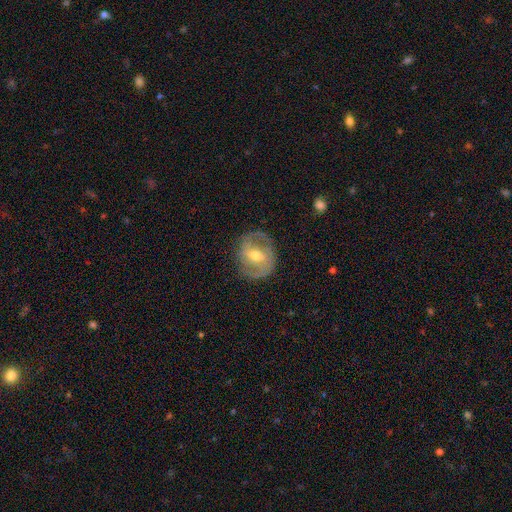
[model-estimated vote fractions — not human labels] A featured or disk galaxy (77%) with a weak bar (48%), 2 (85%) medium (48%) spiral arms (83%) and a moderate central bulge (70%).

Vote fractions:
- Smooth or featured? featured or disk: 77% / smooth: 17% / star or artifact: 6%
- Edge-on disk? no: 97% / yes: 3%
- Bar? weak: 48% / strong: 31% / no: 21%
- Spiral arms? yes: 83% / no: 17%
- Spiral winding? medium: 48% / tight: 32% / loose: 20%
- Spiral arm count? 2: 85% / can't tell: 8% / 1: 3% / 3: 2% / 4: 1% / more than 4: 1%
- Bulge size? moderate: 70% / small: 24% / large: 4% / none: 1% / dominant: 1%
- Merging? none: 78% / minor disturbance: 15% / major disturbance: 6% / merger: 1%